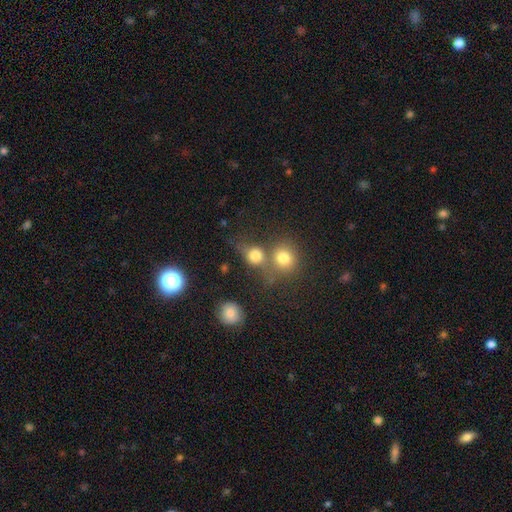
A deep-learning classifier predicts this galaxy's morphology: The model was most divided on "merging": none: 45%, merger: 39%, minor disturbance: 10%, major disturbance: 6%. More confident: smooth or featured — smooth (77%); how rounded — round (76%).